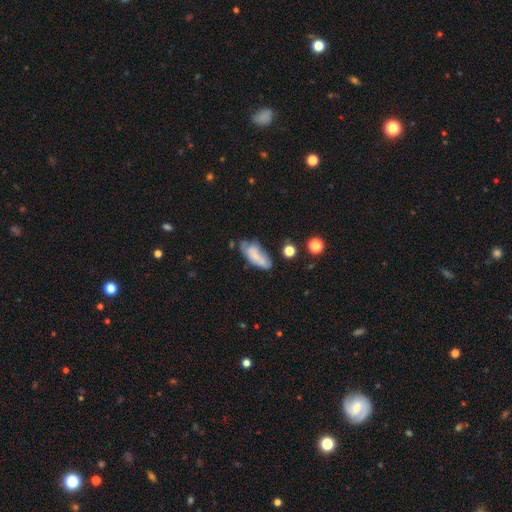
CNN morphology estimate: Q: Smooth or featured?
A: smooth (64%); runner-up: featured or disk (26%)
Q: How rounded?
A: in between (78%); runner-up: cigar-shaped (19%)
Q: Merging?
A: none (39%); runner-up: minor disturbance (30%)